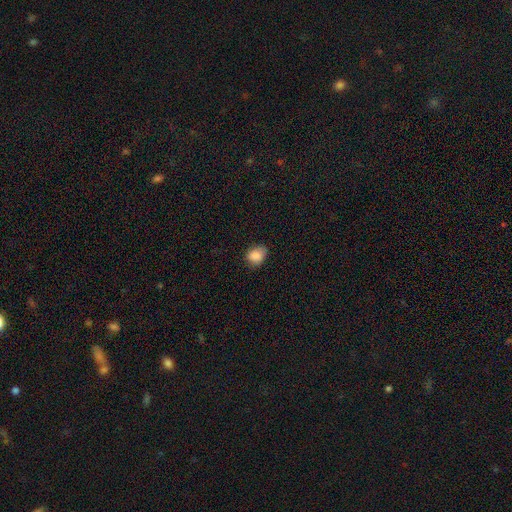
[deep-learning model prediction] Smooth or featured? smooth (86%)
How rounded? in between (61%)
Merging? none (65%)